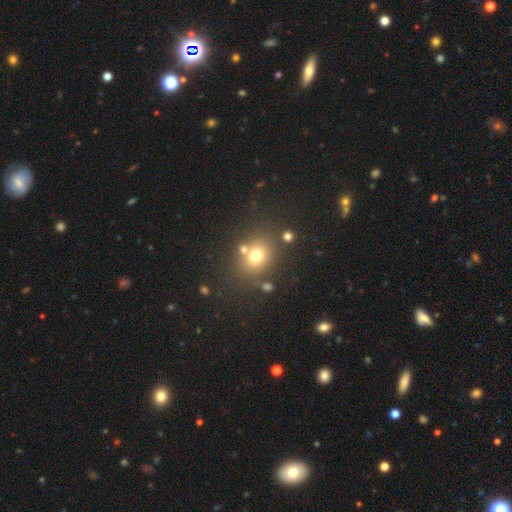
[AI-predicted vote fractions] Q: Smooth or featured?
A: smooth (72%); runner-up: star or artifact (16%)
Q: How rounded?
A: round (62%); runner-up: in between (37%)
Q: Merging?
A: none (71%); runner-up: merger (13%)